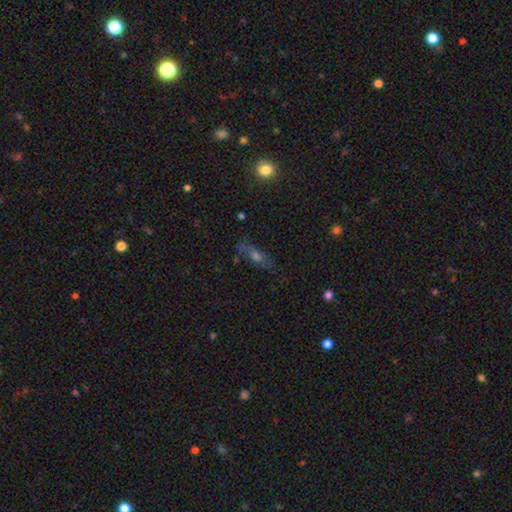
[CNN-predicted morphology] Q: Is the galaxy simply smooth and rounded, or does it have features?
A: featured or disk — 39%.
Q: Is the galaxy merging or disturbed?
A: none — 68%.